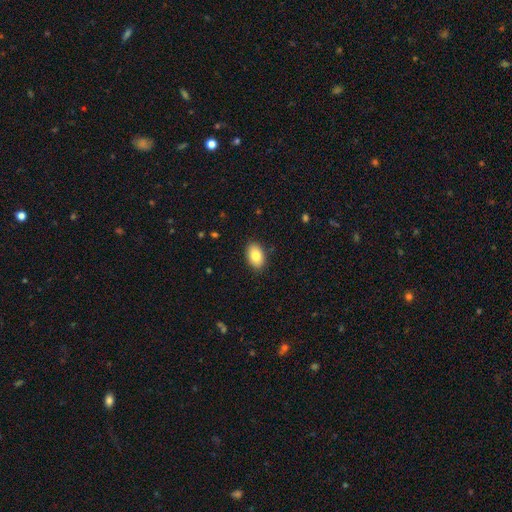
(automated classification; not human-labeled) Smooth or featured? Predicted: smooth (p=0.84). How rounded? Predicted: in between (p=0.88). Merging? Predicted: none (p=0.89).